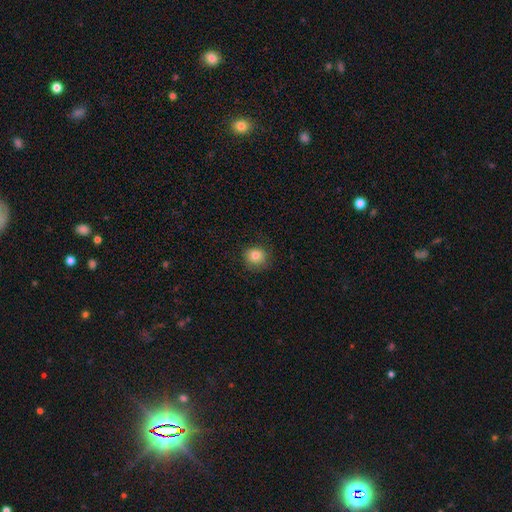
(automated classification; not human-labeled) smooth 82%, star or artifact 10%, featured or disk 7%. Down the decision tree: how rounded — round (85%); merging — none (83%).